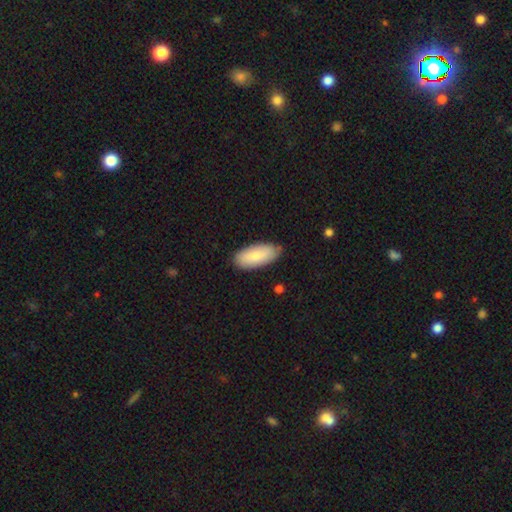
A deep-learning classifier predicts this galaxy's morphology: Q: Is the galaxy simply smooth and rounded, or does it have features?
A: smooth — 80%.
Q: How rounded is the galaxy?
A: in between — 90%.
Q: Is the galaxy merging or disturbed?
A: none — 82%.